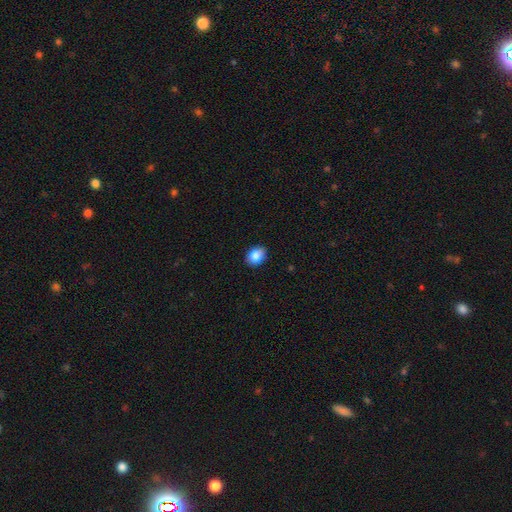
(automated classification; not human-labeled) Smooth or featured? Predicted: smooth (p=0.89). How rounded? Predicted: in between (p=0.73). Merging? Predicted: none (p=0.89).